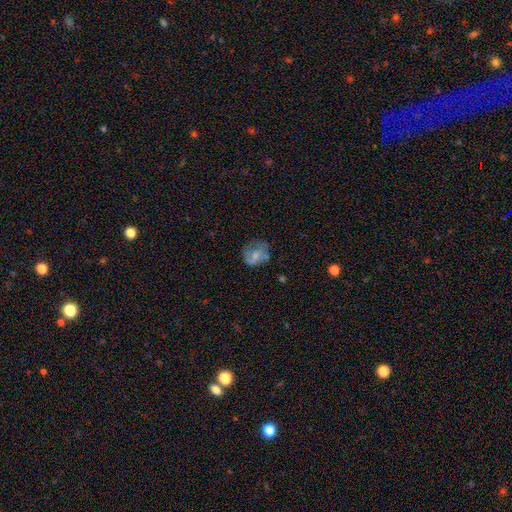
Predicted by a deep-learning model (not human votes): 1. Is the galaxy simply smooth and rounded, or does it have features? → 56% smooth, 34% featured or disk, 10% star or artifact.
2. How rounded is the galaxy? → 55% round, 44% in between, 1% cigar-shaped.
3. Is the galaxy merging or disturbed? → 49% none, 28% minor disturbance, 21% major disturbance, 3% merger.